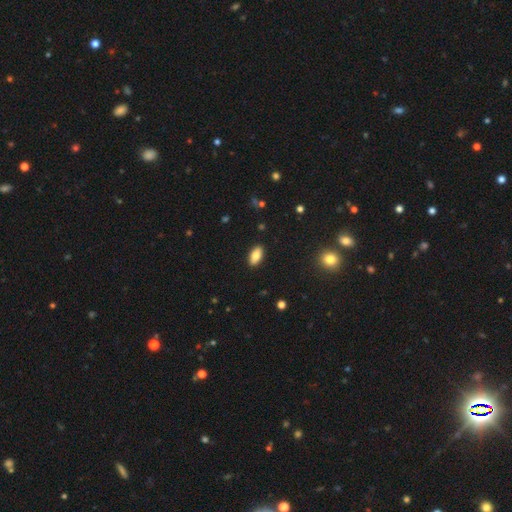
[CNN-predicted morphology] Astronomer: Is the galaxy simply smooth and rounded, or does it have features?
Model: smooth — 83%.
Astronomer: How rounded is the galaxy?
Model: in between — 90%.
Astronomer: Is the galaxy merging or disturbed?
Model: none — 89%.